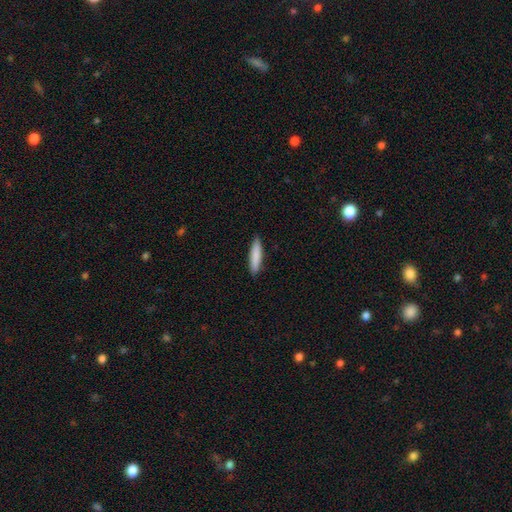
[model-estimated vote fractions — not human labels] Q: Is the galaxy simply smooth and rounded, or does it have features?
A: smooth — 85%.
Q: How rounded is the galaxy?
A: cigar-shaped — 85%.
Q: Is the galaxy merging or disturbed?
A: none — 90%.